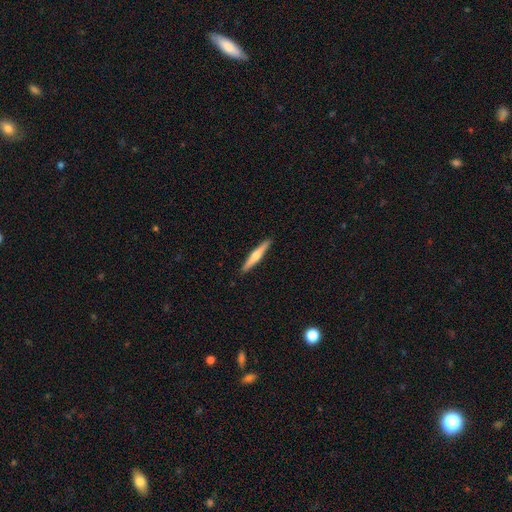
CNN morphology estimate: This appears to be a featured or disk galaxy (51%) viewed edge-on (97%). Merging: none (92%).